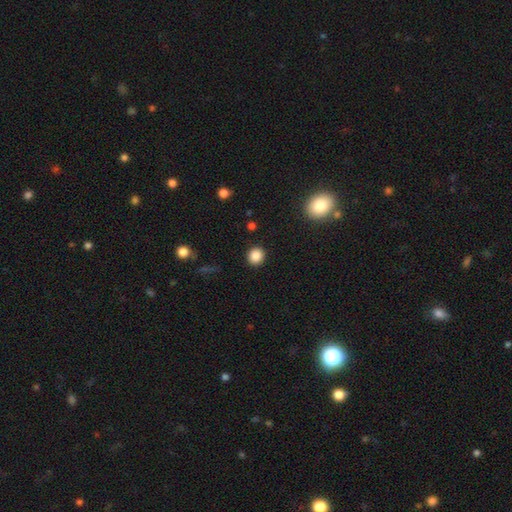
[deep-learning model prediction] smooth_or_featured: smooth (p=0.86) [alt: star or artifact p=0.10]
how_rounded: round (p=0.89) [alt: in between p=0.10]
merging: none (p=0.91) [alt: minor disturbance p=0.05]